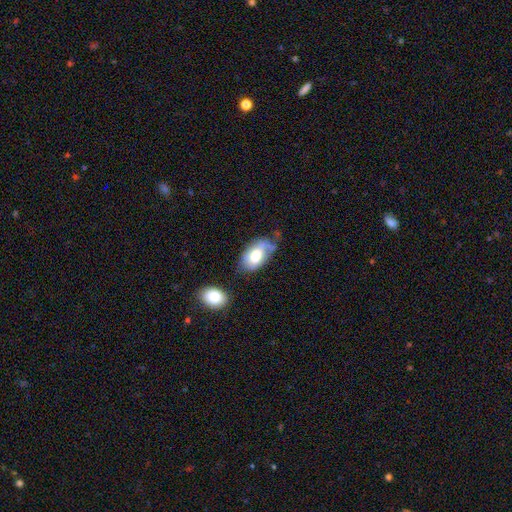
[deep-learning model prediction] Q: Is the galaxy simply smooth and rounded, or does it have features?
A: smooth — 68%.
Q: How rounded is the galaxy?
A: in between — 93%.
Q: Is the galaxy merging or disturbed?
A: none — 40%.